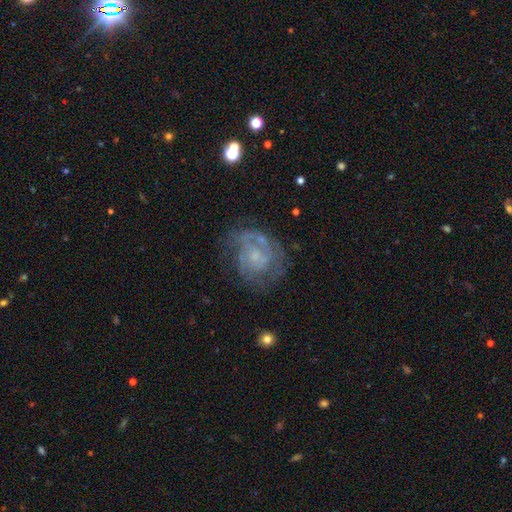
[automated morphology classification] This appears to be a featured or disk galaxy (74%) with no bar (69%), tight (51%) spiral arms (81%) and a small central bulge (56%). Merging: none (60%).